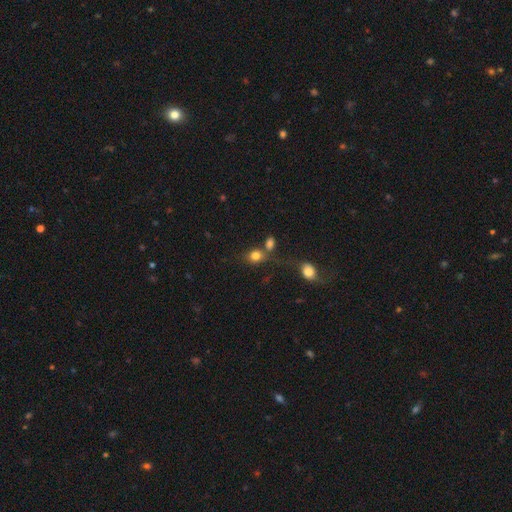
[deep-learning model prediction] Smooth or featured: smooth — 80% (star or artifact — 11%)
How rounded: round — 55% (in between — 43%)
Merging: none — 49% (merger — 32%)